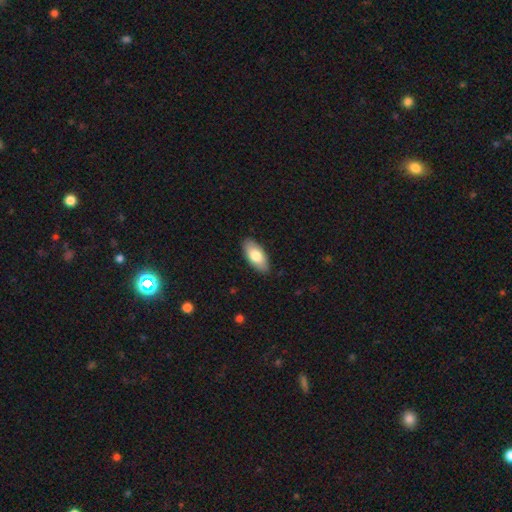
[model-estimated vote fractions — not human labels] Q: Smooth or featured?
A: smooth (78%); runner-up: featured or disk (17%)
Q: How rounded?
A: in between (90%); runner-up: cigar-shaped (8%)
Q: Merging?
A: none (88%); runner-up: minor disturbance (9%)